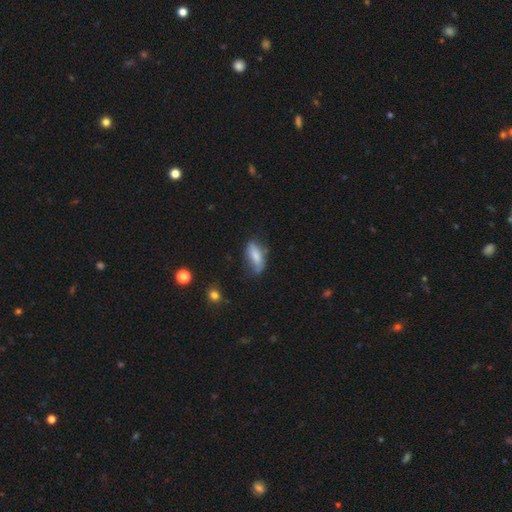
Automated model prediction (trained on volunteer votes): smooth 73%, featured or disk 20%, star or artifact 7%. Down the decision tree: how rounded — in between (74%); merging — none (57%).